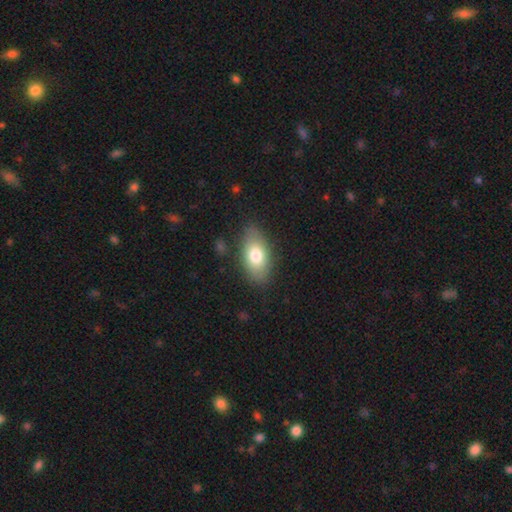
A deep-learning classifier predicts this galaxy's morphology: This is likely a smooth galaxy (75%). How rounded: clearly in between (91%). Merging: clearly none (81%).